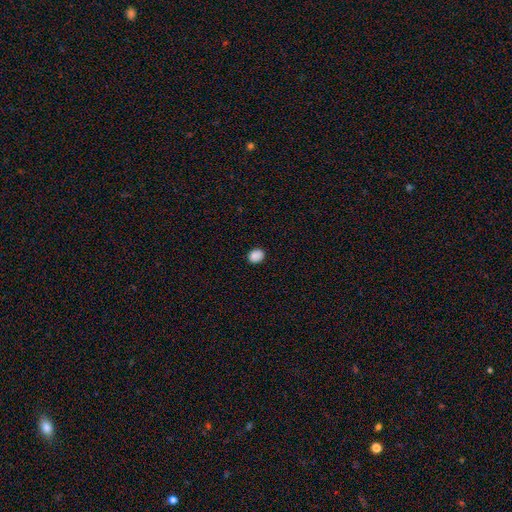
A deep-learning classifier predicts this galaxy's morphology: A smooth galaxy with no disk features (88%) that is in between round and cigar-shaped (50%).

Vote fractions:
- Smooth or featured? smooth: 88% / star or artifact: 9% / featured or disk: 3%
- How rounded? in between: 50% / round: 49% / cigar-shaped: 1%
- Merging? none: 88% / minor disturbance: 9% / major disturbance: 2% / merger: 1%